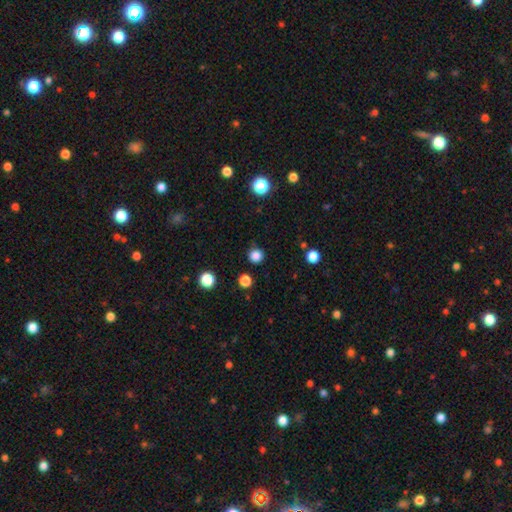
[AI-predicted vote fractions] Smooth or featured: smooth — 83% (star or artifact — 14%)
How rounded: round — 94% (in between — 5%)
Merging: none — 88% (minor disturbance — 7%)